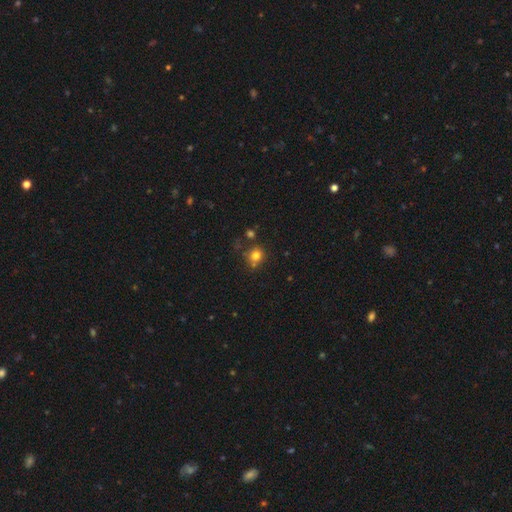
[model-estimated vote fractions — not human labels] smooth-or-featured: smooth: 78% | star or artifact: 14% | featured or disk: 8%
  how-rounded: round: 82% | in between: 17% | cigar-shaped: 1%
  merging: none: 70% | minor disturbance: 14% | merger: 11% | major disturbance: 5%